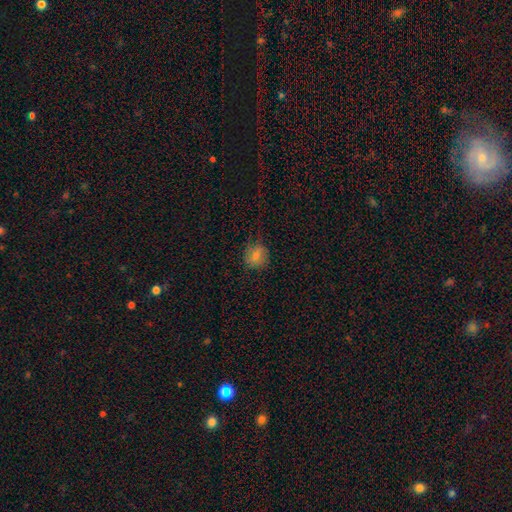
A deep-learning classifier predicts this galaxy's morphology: This appears to be a smooth galaxy with no disk features (80%) that is round (78%). Merging: none (71%).